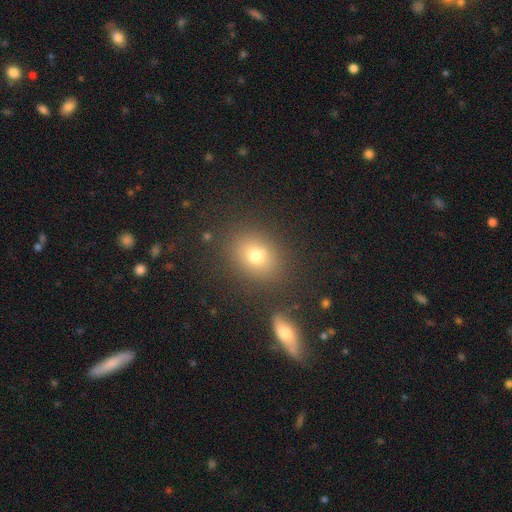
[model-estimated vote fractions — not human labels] This is likely a smooth galaxy (72%). How rounded: possibly round (49%, tied with in between). Merging: clearly none (80%).